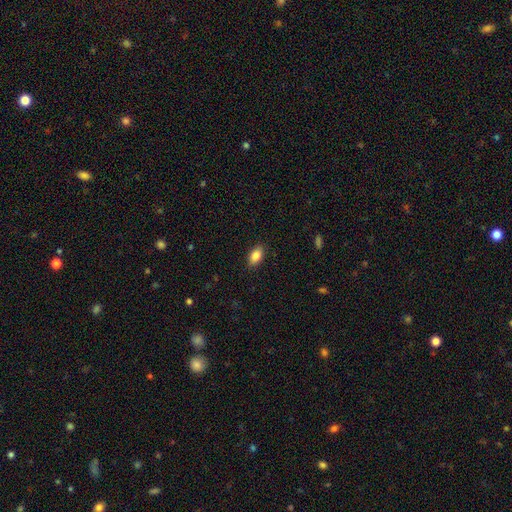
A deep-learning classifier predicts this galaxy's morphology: Smooth or featured?
  - smooth: 86% *
  - star or artifact: 8%
  - featured or disk: 6%
How rounded?
  - in between: 91% *
  - round: 6%
  - cigar-shaped: 3%
Merging?
  - none: 88% *
  - minor disturbance: 8%
  - major disturbance: 2%
  - merger: 1%